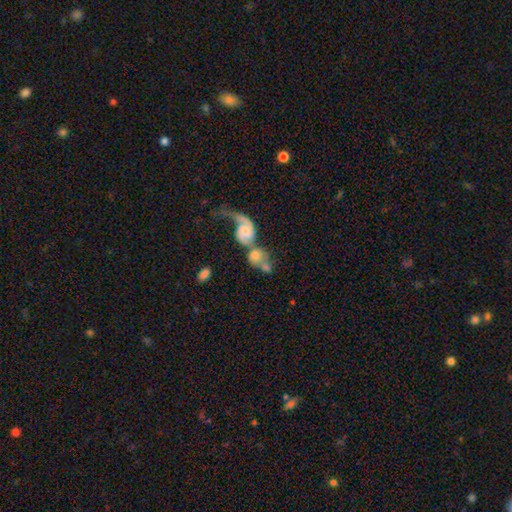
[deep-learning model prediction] smooth_or_featured: featured or disk (p=0.47) [alt: smooth p=0.45]
merging: merger (p=0.67) [alt: none p=0.16]